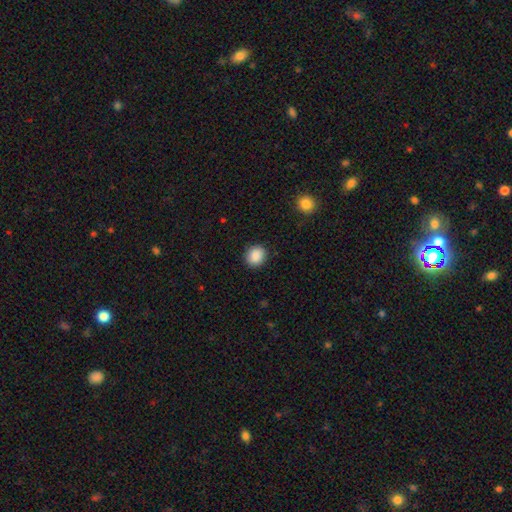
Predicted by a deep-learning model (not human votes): A smooth galaxy with no disk features (89%) that is round (75%). Merging: none (89%).